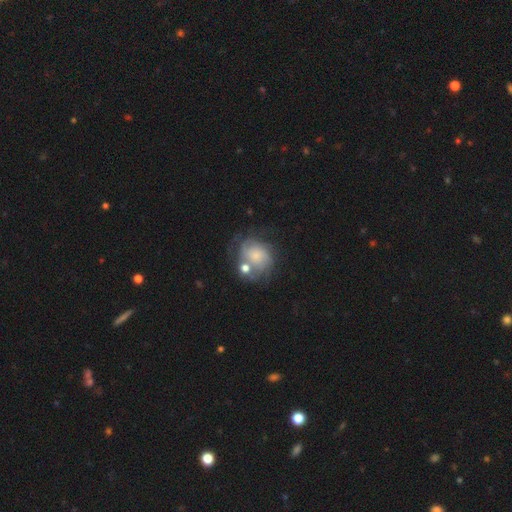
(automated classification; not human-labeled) featured or disk 51%, smooth 41%, star or artifact 9%. Down the decision tree: edge-on disk — no (98%); merging — none (40%).